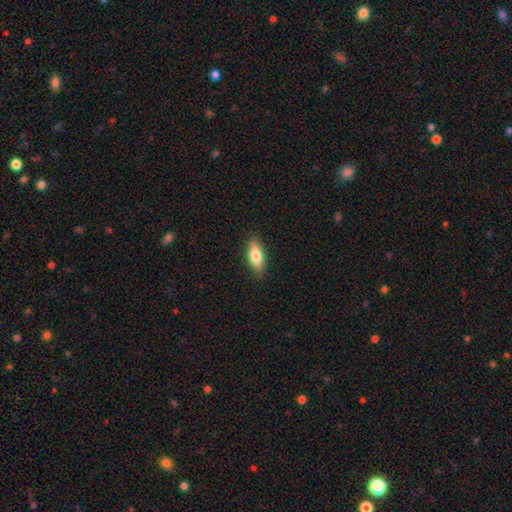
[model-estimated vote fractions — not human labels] Overall: smooth (76%). How rounded: in between (75%). Merging: none (86%).